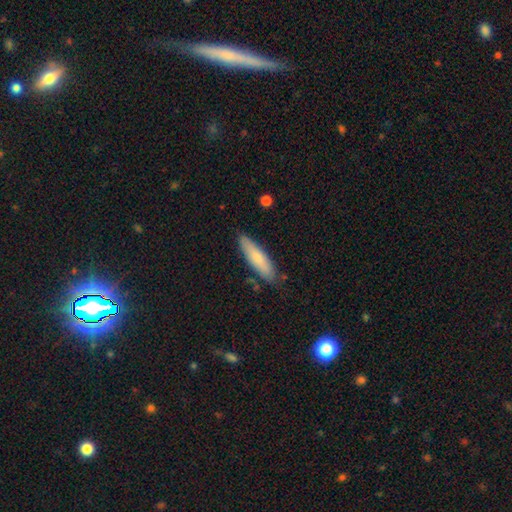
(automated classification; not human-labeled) This appears to be a smooth galaxy with no disk features (71%) that is cigar-shaped (69%). Merging: none (83%).